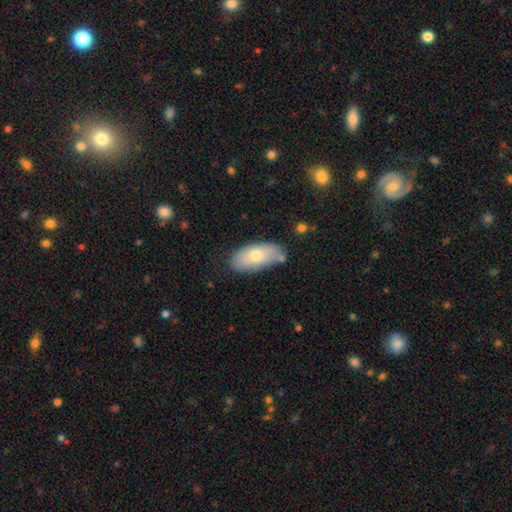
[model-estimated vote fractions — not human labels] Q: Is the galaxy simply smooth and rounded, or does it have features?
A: smooth — 67%.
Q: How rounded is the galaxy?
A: in between — 89%.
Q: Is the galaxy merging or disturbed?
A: none — 75%.